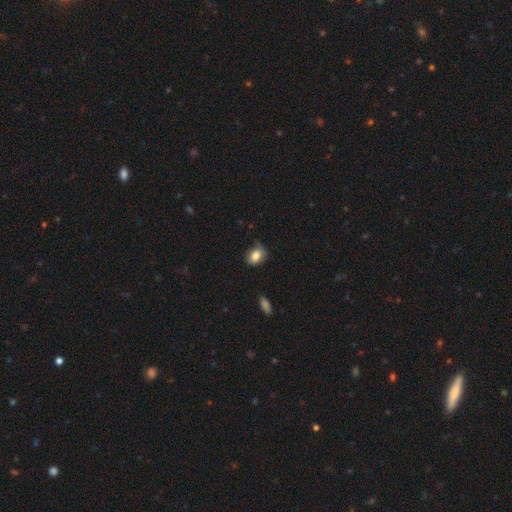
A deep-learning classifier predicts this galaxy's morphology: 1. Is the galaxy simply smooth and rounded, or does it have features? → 83% smooth, 9% featured or disk, 8% star or artifact.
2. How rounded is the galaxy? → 69% in between, 30% round, 1% cigar-shaped.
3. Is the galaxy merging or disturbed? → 69% none, 24% minor disturbance, 5% major disturbance, 2% merger.